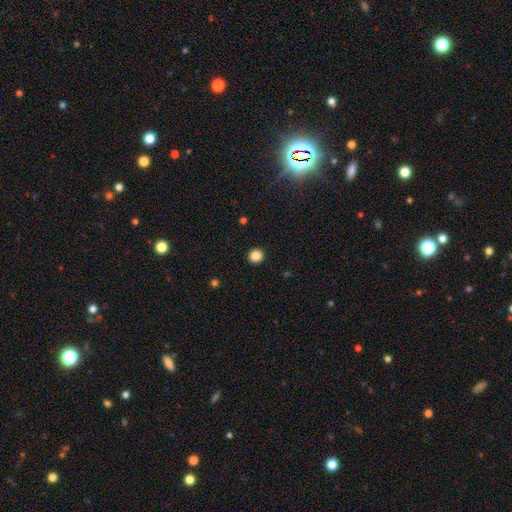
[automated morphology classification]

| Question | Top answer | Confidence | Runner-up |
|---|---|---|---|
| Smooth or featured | smooth | 85% | star or artifact (11%) |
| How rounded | round | 90% | in between (9%) |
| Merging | none | 93% | minor disturbance (4%) |